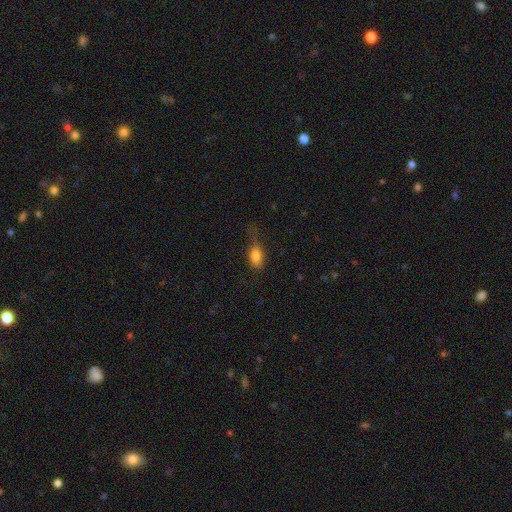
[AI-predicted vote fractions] Overall: smooth (80%). How rounded: in between (84%). Merging: none (48%; minor disturbance 30%).